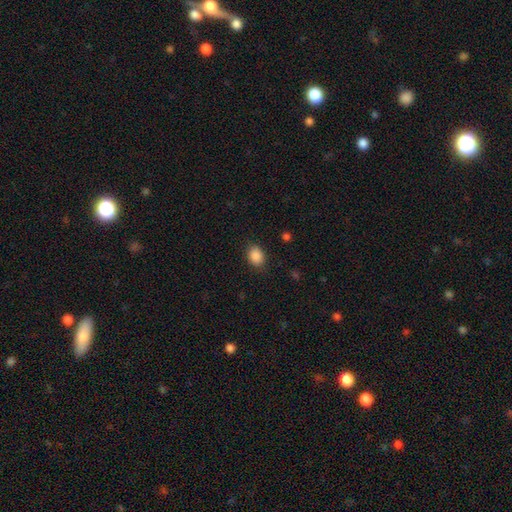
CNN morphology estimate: This appears to be a smooth galaxy with no disk features (88%) that is in between round and cigar-shaped (63%). Merging: none (84%).